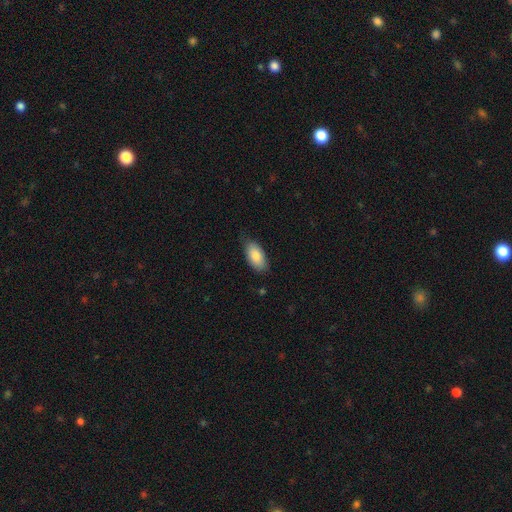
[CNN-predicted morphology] This is clearly a smooth galaxy (85%). How rounded: clearly in between (93%). Merging: likely none (76%).